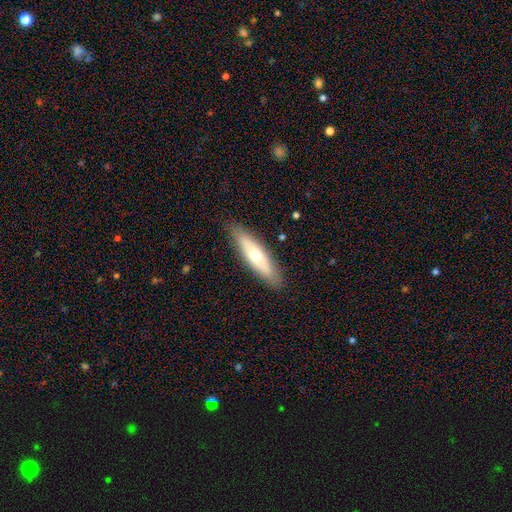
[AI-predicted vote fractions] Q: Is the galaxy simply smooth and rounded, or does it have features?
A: smooth — 53%.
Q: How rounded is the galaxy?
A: cigar-shaped — 65%.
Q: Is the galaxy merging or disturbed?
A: none — 86%.